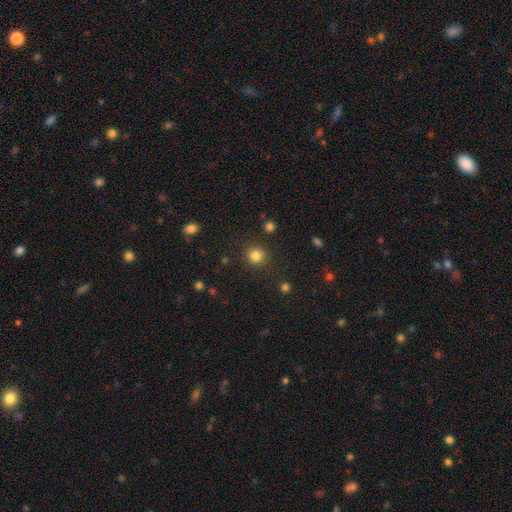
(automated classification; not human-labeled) Q: Smooth or featured?
A: smooth (82%); runner-up: star or artifact (13%)
Q: How rounded?
A: round (90%); runner-up: in between (10%)
Q: Merging?
A: none (86%); runner-up: minor disturbance (8%)